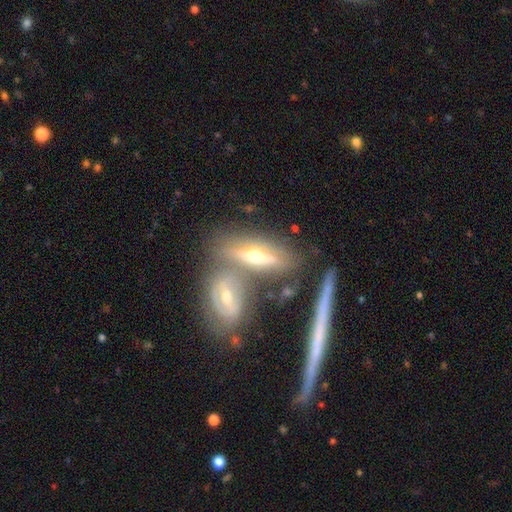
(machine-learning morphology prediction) Overall: featured or disk (59%; smooth 32%). Edge-on disk: yes (70%). Merging: none (47%; merger 34%).